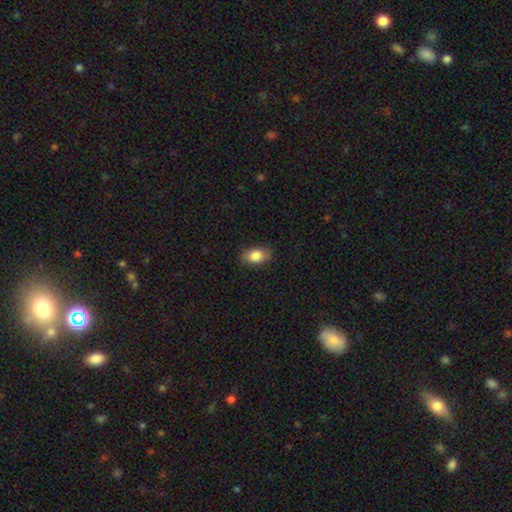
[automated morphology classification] A smooth galaxy with no disk features (82%) that is in between round and cigar-shaped (87%). Merging: none (82%).